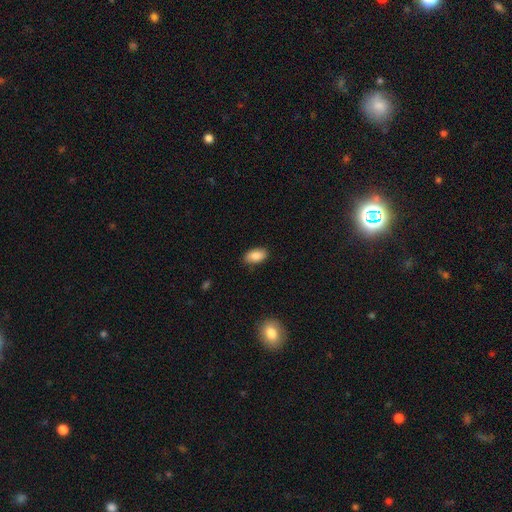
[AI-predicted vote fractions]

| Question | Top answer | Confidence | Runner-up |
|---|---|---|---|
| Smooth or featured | smooth | 85% | featured or disk (8%) |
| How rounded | in between | 94% | round (4%) |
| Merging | none | 85% | minor disturbance (12%) |